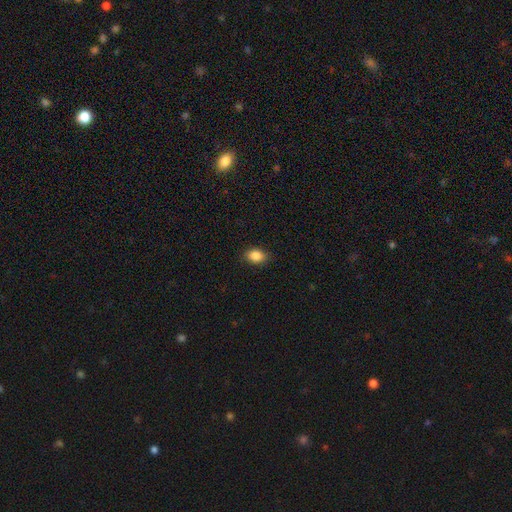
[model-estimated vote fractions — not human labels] Smooth or featured?
  - smooth: 87% *
  - star or artifact: 9%
  - featured or disk: 4%
How rounded?
  - in between: 79% *
  - round: 20%
  - cigar-shaped: 1%
Merging?
  - none: 86% *
  - minor disturbance: 11%
  - major disturbance: 3%
  - merger: 1%